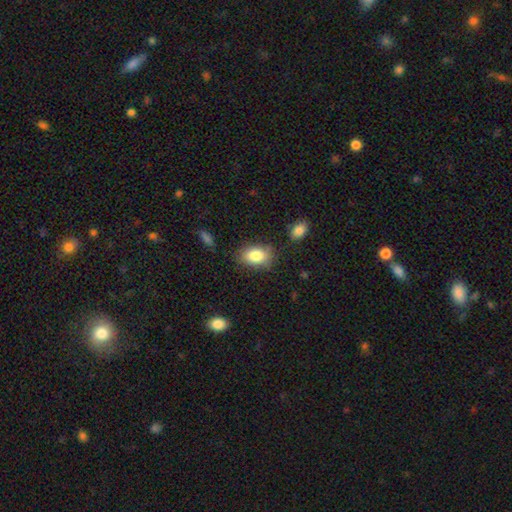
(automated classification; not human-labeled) A smooth galaxy with no disk features (83%) that is in between round and cigar-shaped (84%). Merging: none (77%).